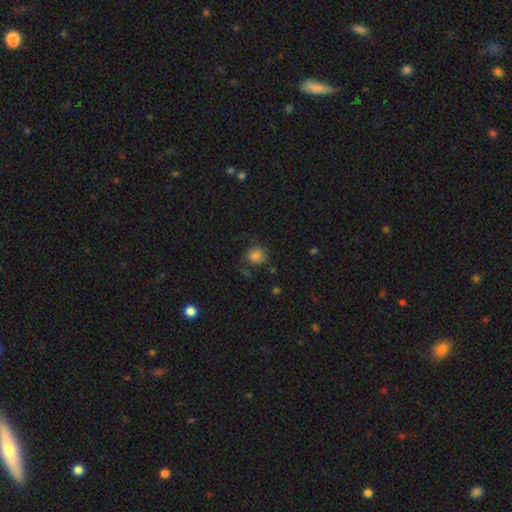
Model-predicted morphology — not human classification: Smooth or featured? Predicted: smooth (p=0.80). How rounded? Predicted: round (p=0.80). Merging? Predicted: none (p=0.65).